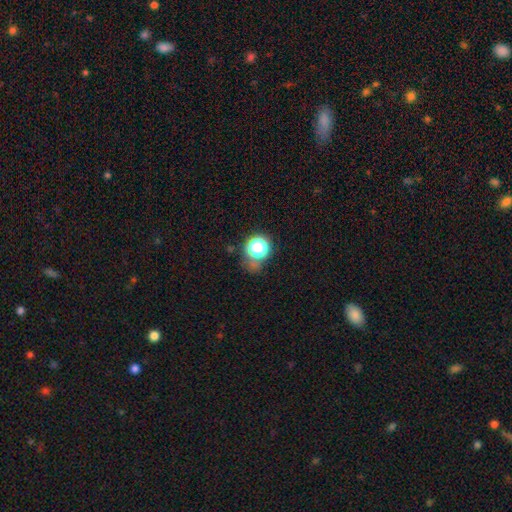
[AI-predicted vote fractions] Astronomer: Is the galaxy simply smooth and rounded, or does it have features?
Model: star or artifact — 52% (runner-up: smooth, 39%).